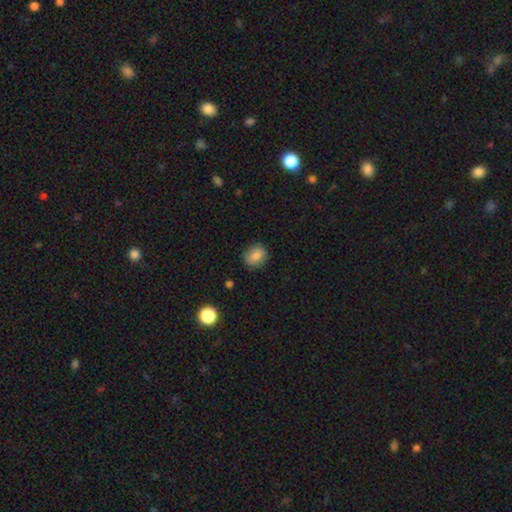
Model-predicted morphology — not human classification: type=smooth (85%); roundness=round (50%); merging=none (84%).